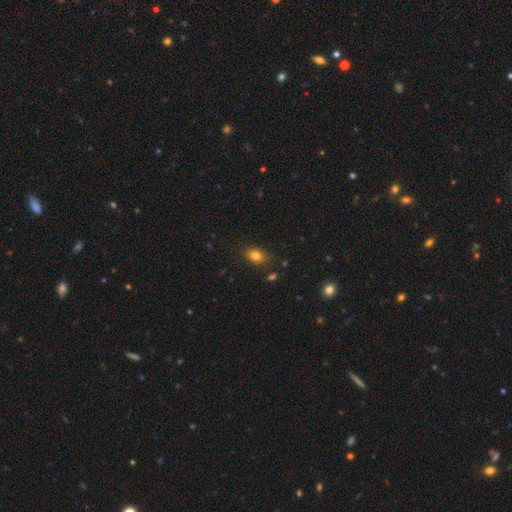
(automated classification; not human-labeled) This appears to be a smooth galaxy with no disk features (80%) that is in between round and cigar-shaped (70%). Merging: none (84%).